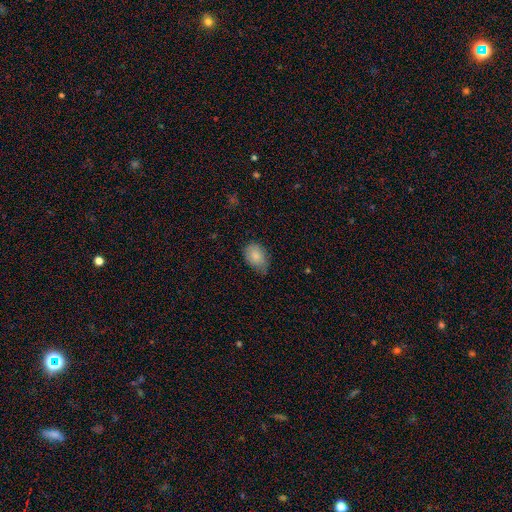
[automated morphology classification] Q: Smooth or featured?
A: smooth (84%); runner-up: featured or disk (9%)
Q: How rounded?
A: in between (80%); runner-up: round (19%)
Q: Merging?
A: none (60%); runner-up: minor disturbance (33%)